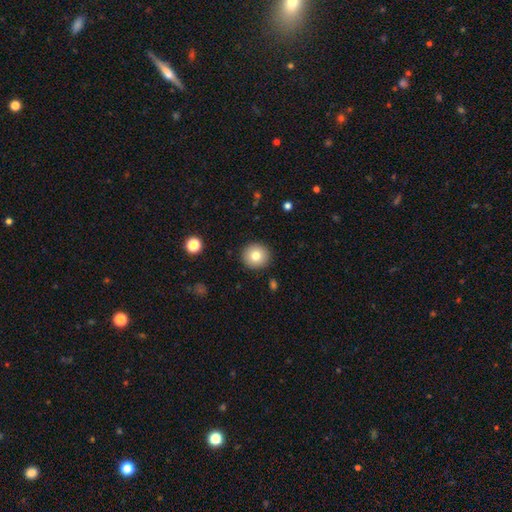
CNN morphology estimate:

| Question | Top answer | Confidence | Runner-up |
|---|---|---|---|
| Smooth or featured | smooth | 78% | featured or disk (12%) |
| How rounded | round | 93% | in between (6%) |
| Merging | none | 91% | minor disturbance (6%) |